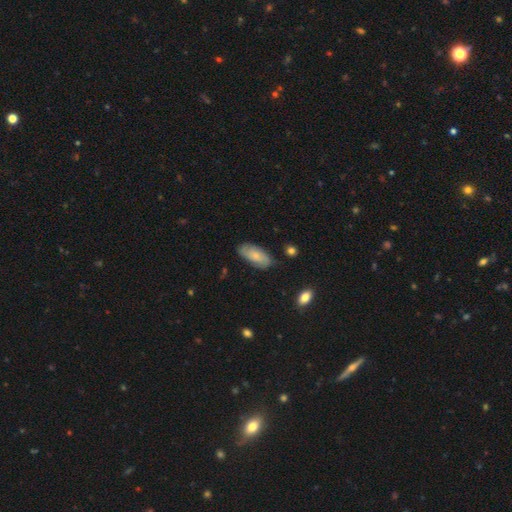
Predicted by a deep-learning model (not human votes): Smooth or featured?
  - smooth: 69% *
  - featured or disk: 25%
  - star or artifact: 6%
How rounded?
  - in between: 86% *
  - cigar-shaped: 12%
  - round: 2%
Merging?
  - none: 75% *
  - minor disturbance: 20%
  - major disturbance: 4%
  - merger: 2%